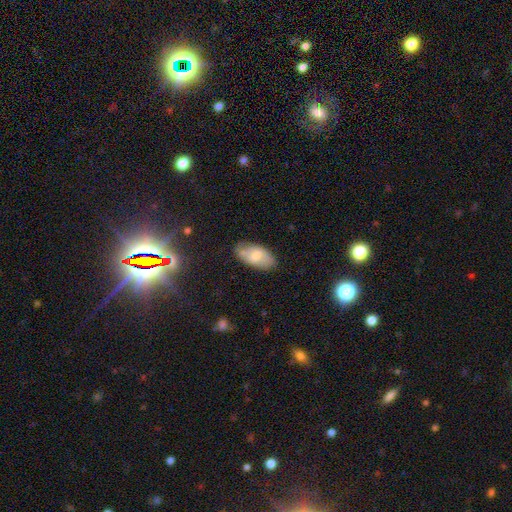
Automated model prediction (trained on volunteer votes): smooth-or-featured: smooth: 69% | featured or disk: 24% | star or artifact: 7%
  how-rounded: in between: 94% | round: 3% | cigar-shaped: 3%
  merging: none: 71% | minor disturbance: 22% | major disturbance: 5% | merger: 2%